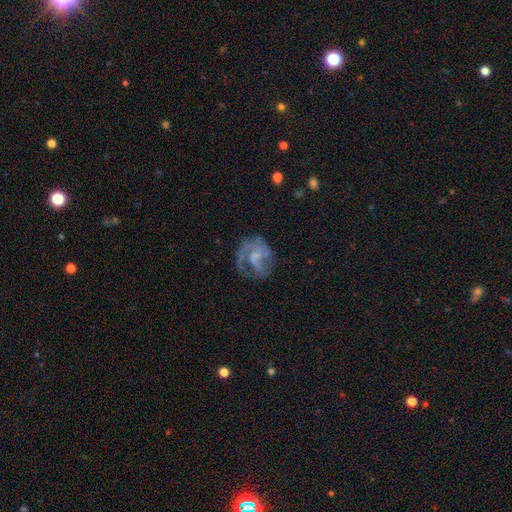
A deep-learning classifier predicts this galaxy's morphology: This appears to be a featured or disk galaxy (74%) with no bar (59%), 2 (27%) medium (46%) spiral arms (85%) and a small central bulge (45%). Merging: none (53%).